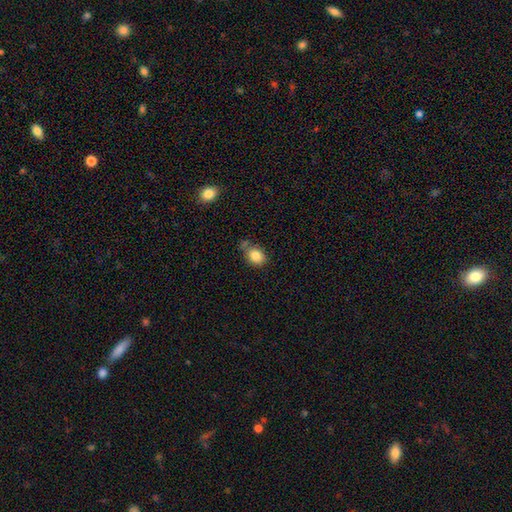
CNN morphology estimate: Smooth or featured: smooth — 84% (star or artifact — 9%)
How rounded: in between — 53% (round — 46%)
Merging: none — 58% (minor disturbance — 23%)